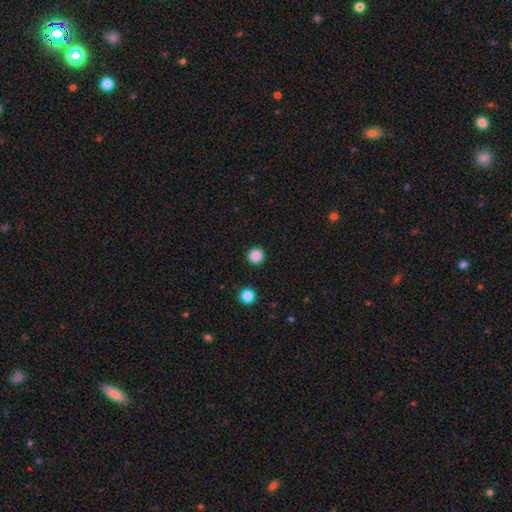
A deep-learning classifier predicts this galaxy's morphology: Overall: smooth (86%). How rounded: round (96%). Merging: none (93%).